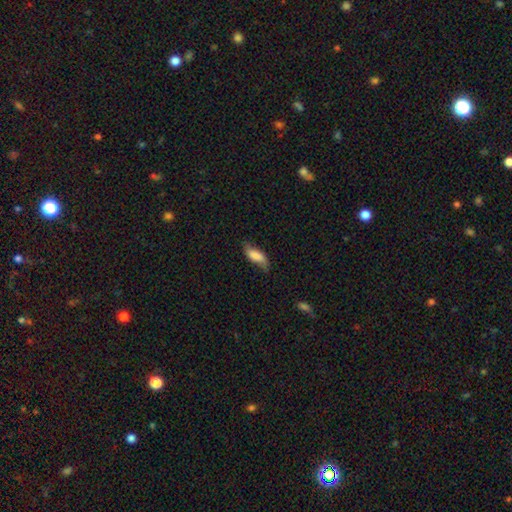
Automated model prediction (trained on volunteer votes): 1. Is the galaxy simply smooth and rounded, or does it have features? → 74% smooth, 19% featured or disk, 7% star or artifact.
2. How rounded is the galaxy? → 75% in between, 22% cigar-shaped, 2% round.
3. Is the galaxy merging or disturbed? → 61% none, 29% minor disturbance, 9% major disturbance, 2% merger.